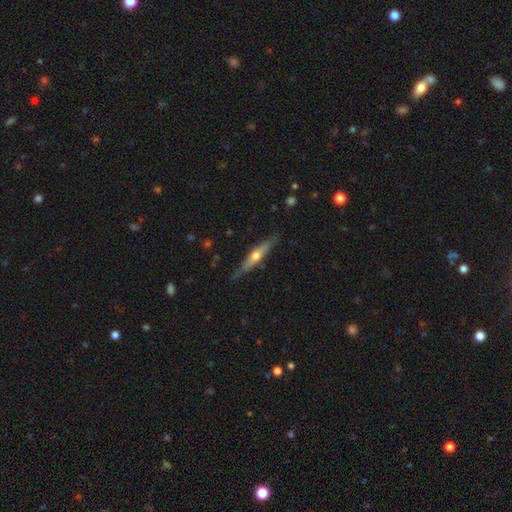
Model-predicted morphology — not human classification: This appears to be a featured or disk galaxy (61%) viewed edge-on (93%) with a rounded central bulge (87%). Merging: none (81%).